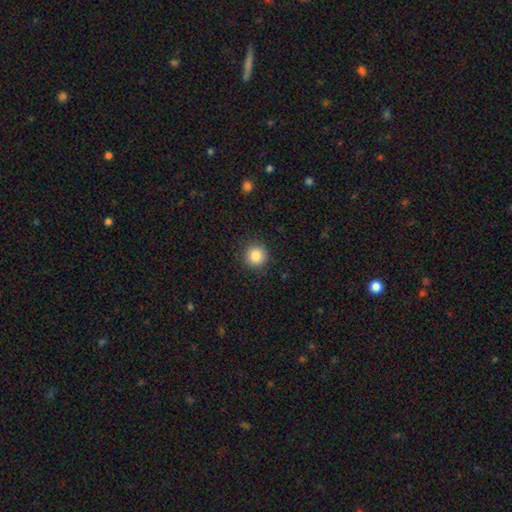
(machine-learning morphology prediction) Smooth or featured? Predicted: smooth (p=0.86). How rounded? Predicted: round (p=0.93). Merging? Predicted: none (p=0.89).